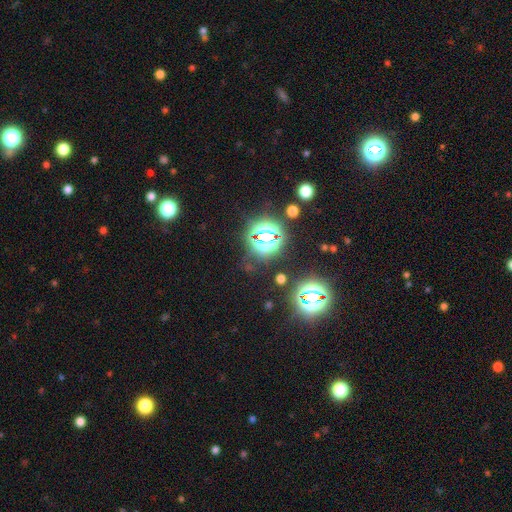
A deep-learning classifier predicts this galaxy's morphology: Smooth or featured?
  - star or artifact: 77% *
  - smooth: 16%
  - featured or disk: 7%